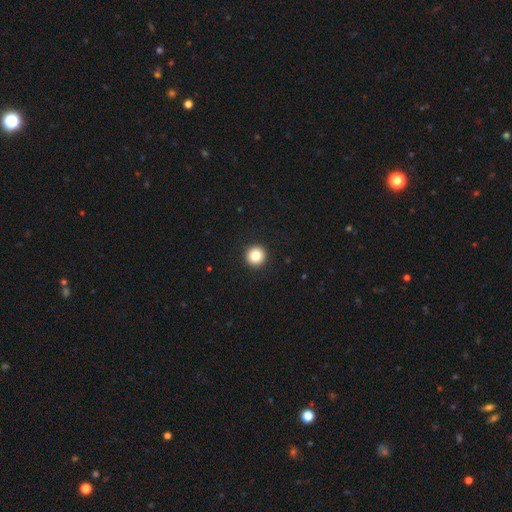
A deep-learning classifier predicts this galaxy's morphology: Smooth or featured? smooth (84%)
How rounded? round (96%)
Merging? none (94%)